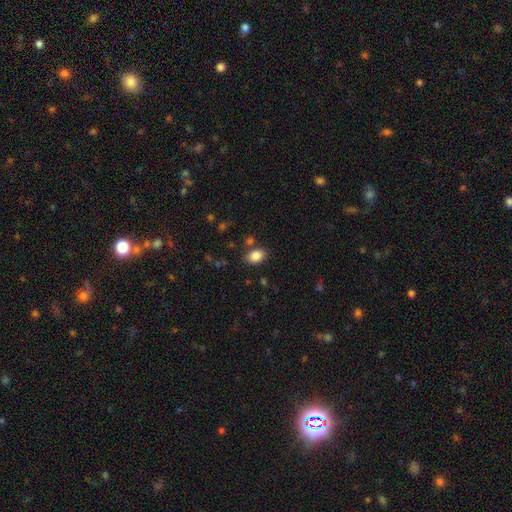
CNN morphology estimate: A smooth galaxy with no disk features (86%) that is in between round and cigar-shaped (77%). Merging: none (80%).